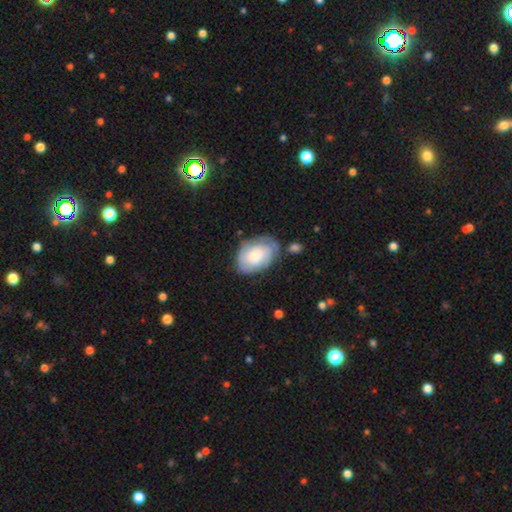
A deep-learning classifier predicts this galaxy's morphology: Q: Smooth or featured?
A: smooth (59%); runner-up: featured or disk (35%)
Q: How rounded?
A: in between (84%); runner-up: round (15%)
Q: Merging?
A: none (58%); runner-up: minor disturbance (26%)